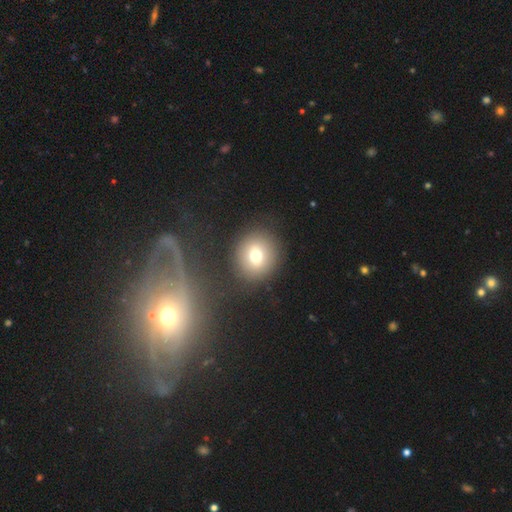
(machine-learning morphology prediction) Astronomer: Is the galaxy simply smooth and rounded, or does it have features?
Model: smooth — 70%.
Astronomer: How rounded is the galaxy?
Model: round — 83%.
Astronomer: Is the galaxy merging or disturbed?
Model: none — 85%.